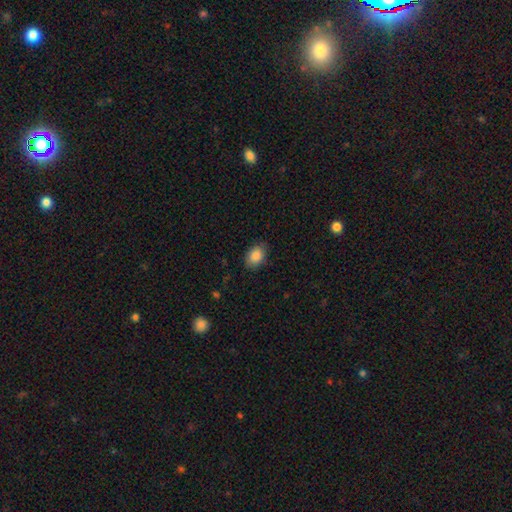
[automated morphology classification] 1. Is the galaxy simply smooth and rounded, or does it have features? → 88% smooth, 8% star or artifact, 4% featured or disk.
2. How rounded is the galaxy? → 83% in between, 16% round, 1% cigar-shaped.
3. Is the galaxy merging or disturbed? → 84% none, 12% minor disturbance, 3% major disturbance, 1% merger.